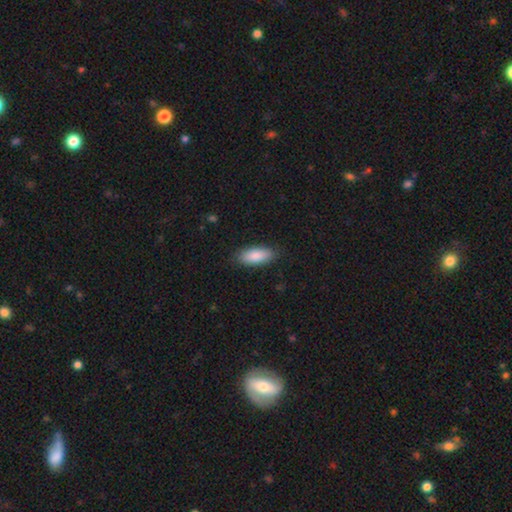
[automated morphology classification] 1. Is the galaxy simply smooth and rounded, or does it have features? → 87% smooth, 7% featured or disk, 6% star or artifact.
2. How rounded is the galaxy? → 82% in between, 16% cigar-shaped, 2% round.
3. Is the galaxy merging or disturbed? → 86% none, 11% minor disturbance, 2% major disturbance, 1% merger.